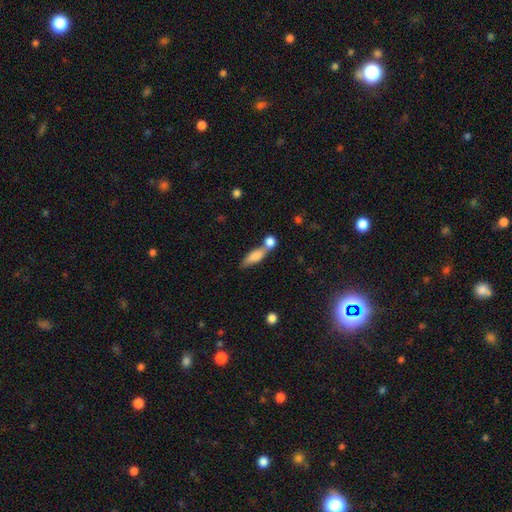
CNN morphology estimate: type=smooth (76%); roundness=in between (55%); merging=merger (47%).